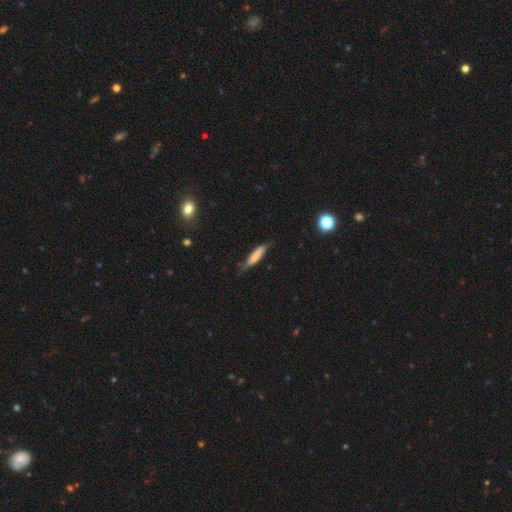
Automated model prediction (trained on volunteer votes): Smooth or featured? smooth (70%)
How rounded? cigar-shaped (83%)
Merging? none (65%)